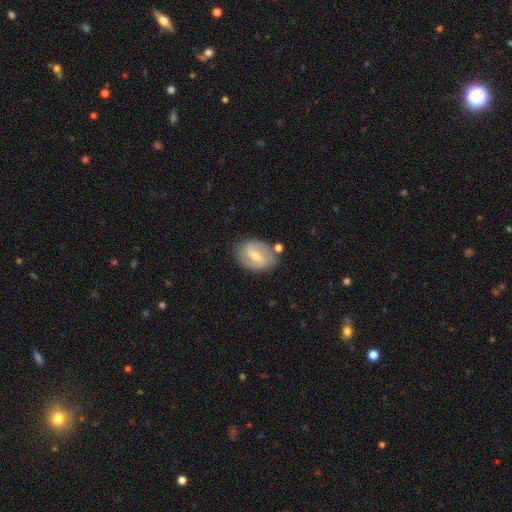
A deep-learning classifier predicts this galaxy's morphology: Smooth or featured?
  - featured or disk: 69% *
  - smooth: 25%
  - star or artifact: 6%
Edge-on disk?
  - no: 96% *
  - yes: 4%
Bar?
  - weak: 50% *
  - strong: 29%
  - no: 22%
Spiral arms?
  - yes: 85% *
  - no: 15%
Spiral winding?
  - medium: 46% *
  - loose: 28%
  - tight: 26%
Spiral arm count?
  - 2: 84% *
  - can't tell: 9%
  - 3: 2%
  - 1: 2%
  - 4: 1%
  - more than 4: 1%
Bulge size?
  - small: 53% *
  - moderate: 42%
  - none: 2%
  - large: 2%
  - dominant: 1%
Merging?
  - none: 73% *
  - minor disturbance: 16%
  - merger: 6%
  - major disturbance: 5%